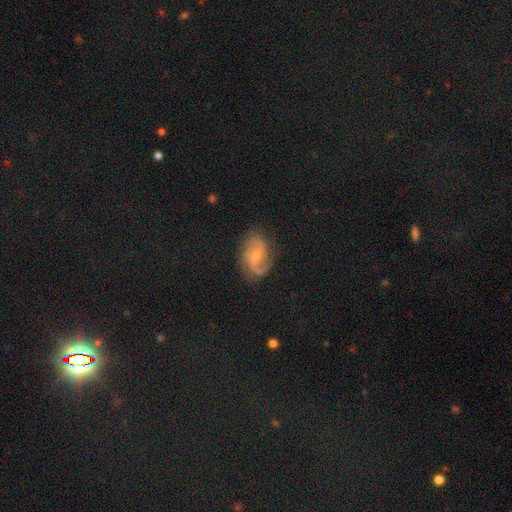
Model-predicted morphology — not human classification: This appears to be a featured or disk galaxy (80%) with no bar (63%), 2 (65%) medium (46%) spiral arms (94%) and a small central bulge (63%). Merging: none (70%).